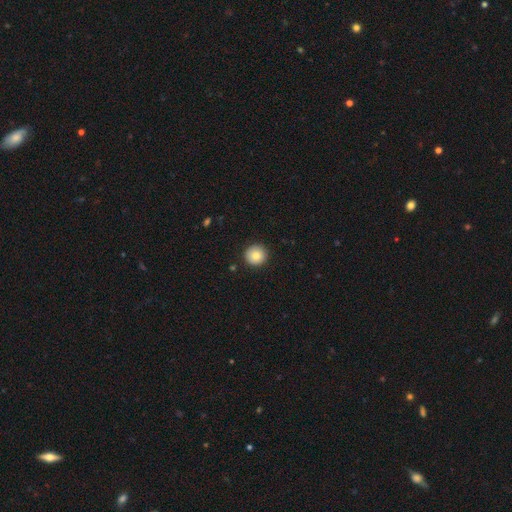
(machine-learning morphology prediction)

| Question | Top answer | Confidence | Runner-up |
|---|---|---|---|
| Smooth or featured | smooth | 82% | featured or disk (9%) |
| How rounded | round | 95% | in between (4%) |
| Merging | none | 91% | minor disturbance (6%) |